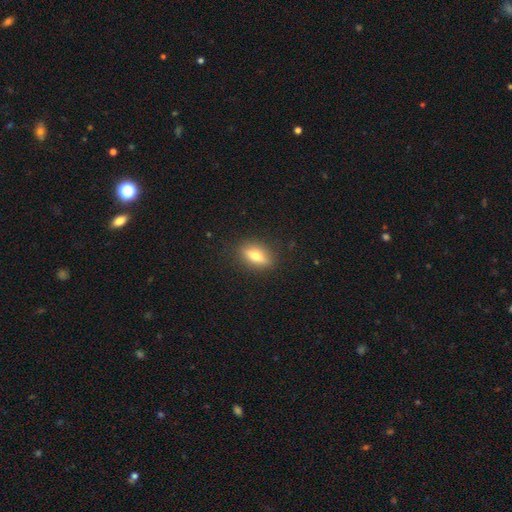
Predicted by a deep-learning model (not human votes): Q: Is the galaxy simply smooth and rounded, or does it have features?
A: smooth — 54%.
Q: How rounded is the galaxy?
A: in between — 62%.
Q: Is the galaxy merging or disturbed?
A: none — 87%.